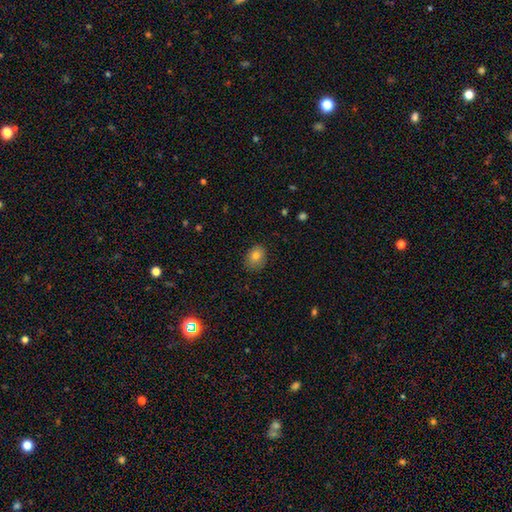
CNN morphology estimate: smooth_or_featured: smooth (p=0.79) [alt: star or artifact p=0.10]
how_rounded: in between (p=0.55) [alt: round p=0.44]
merging: none (p=0.82) [alt: minor disturbance p=0.14]